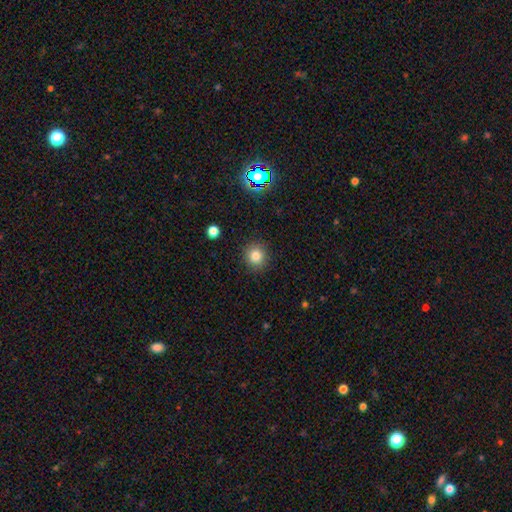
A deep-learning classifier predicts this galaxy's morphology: type=smooth (81%); roundness=round (90%); merging=none (89%).